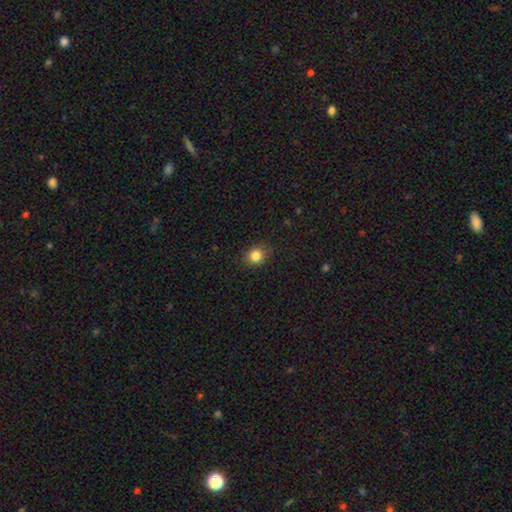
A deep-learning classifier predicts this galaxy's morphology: This appears to be a smooth galaxy with no disk features (84%) that is round (72%). Merging: none (85%).